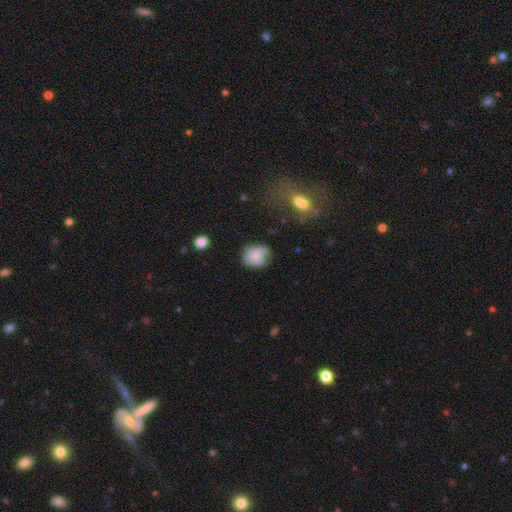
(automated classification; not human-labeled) A smooth galaxy with no disk features (57%) that is round (63%). Merging: none (64%).